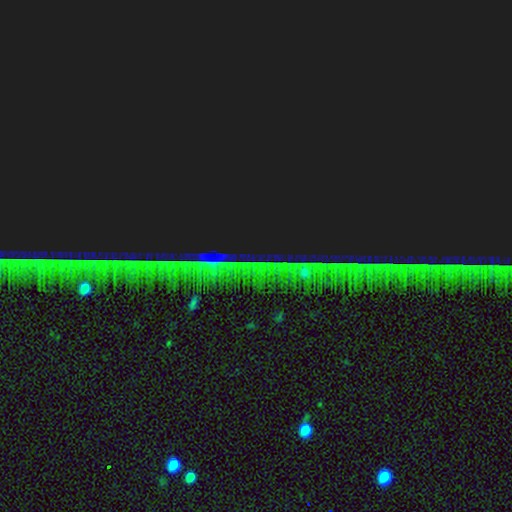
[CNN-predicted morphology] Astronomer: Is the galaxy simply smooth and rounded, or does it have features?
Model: star or artifact — 86%.